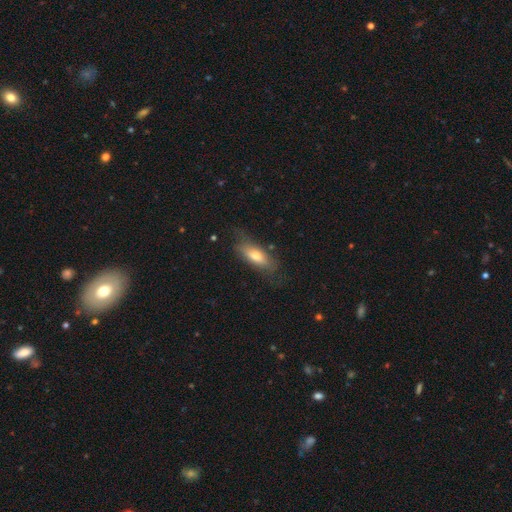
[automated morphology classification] Q: Smooth or featured?
A: smooth (63%); runner-up: featured or disk (30%)
Q: How rounded?
A: in between (68%); runner-up: cigar-shaped (29%)
Q: Merging?
A: none (68%); runner-up: minor disturbance (22%)